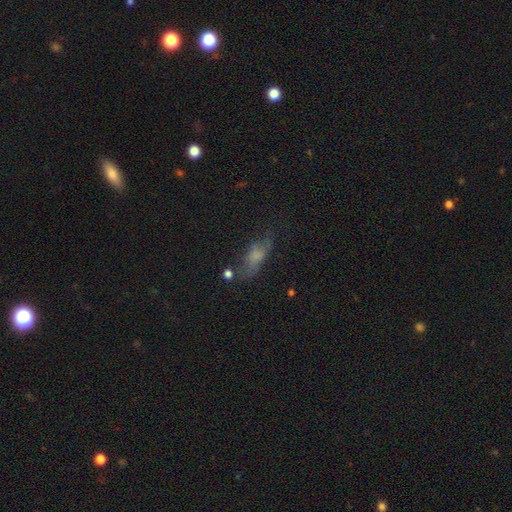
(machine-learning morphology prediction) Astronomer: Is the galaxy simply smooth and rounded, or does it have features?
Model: smooth — 58%.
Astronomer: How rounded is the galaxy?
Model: in between — 64%.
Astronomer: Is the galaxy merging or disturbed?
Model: none — 48% (runner-up: minor disturbance, 28%).